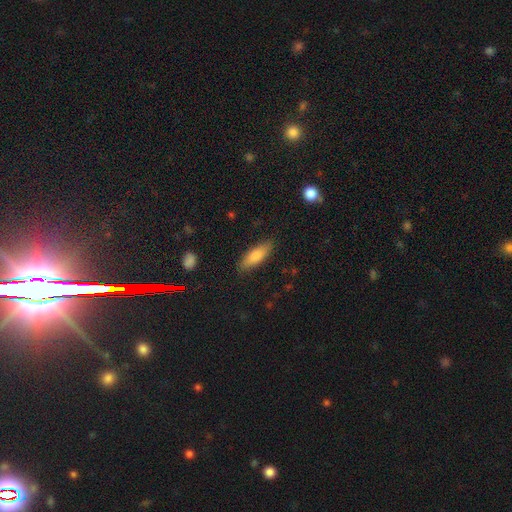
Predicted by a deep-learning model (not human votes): This appears to be a smooth galaxy with no disk features (80%) that is in between round and cigar-shaped (56%). Merging: none (86%).